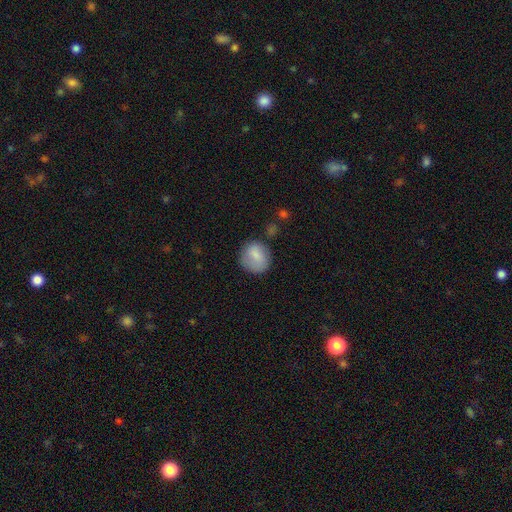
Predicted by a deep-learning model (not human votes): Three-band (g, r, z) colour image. It shows a smooth galaxy with no disk features (81%) that is round (75%). Merging: none (68%).